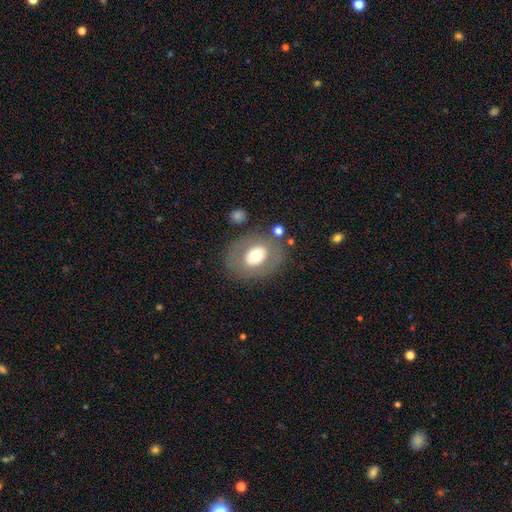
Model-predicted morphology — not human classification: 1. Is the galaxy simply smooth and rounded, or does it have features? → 56% smooth, 36% featured or disk, 8% star or artifact.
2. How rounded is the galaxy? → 62% in between, 37% round, 1% cigar-shaped.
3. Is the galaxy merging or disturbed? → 76% none, 13% minor disturbance, 8% major disturbance, 4% merger.